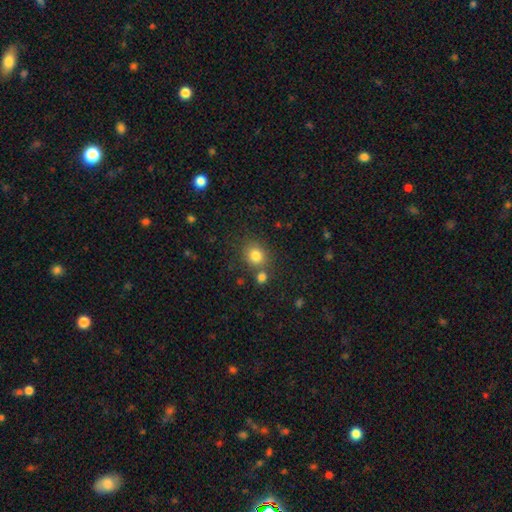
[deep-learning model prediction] Overall: smooth (81%). How rounded: round (77%). Merging: none (68%).